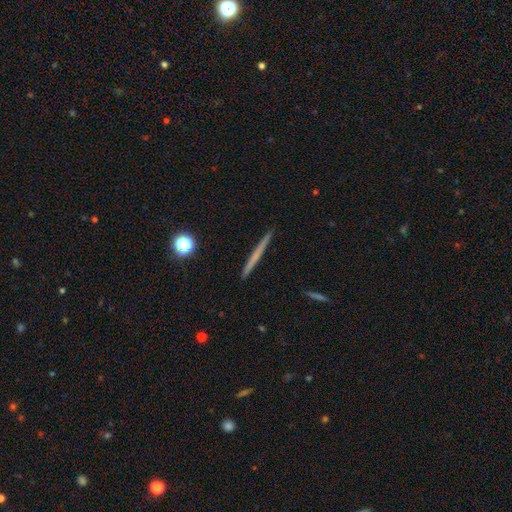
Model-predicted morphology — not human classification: featured or disk 49%, smooth 44%, star or artifact 7%. Down the decision tree: merging — none (93%).